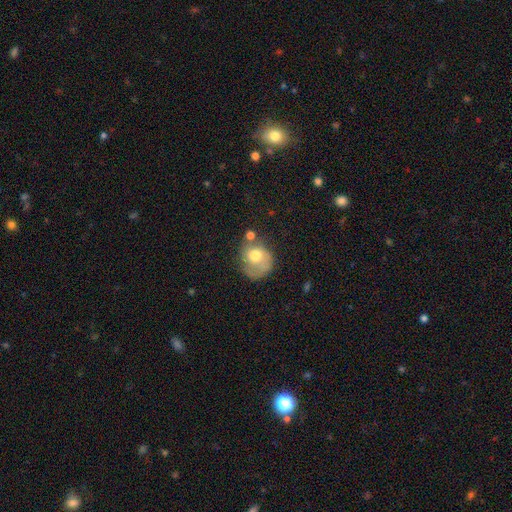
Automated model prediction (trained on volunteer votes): Smooth or featured? smooth (60%)
How rounded? round (69%)
Merging? none (36%)